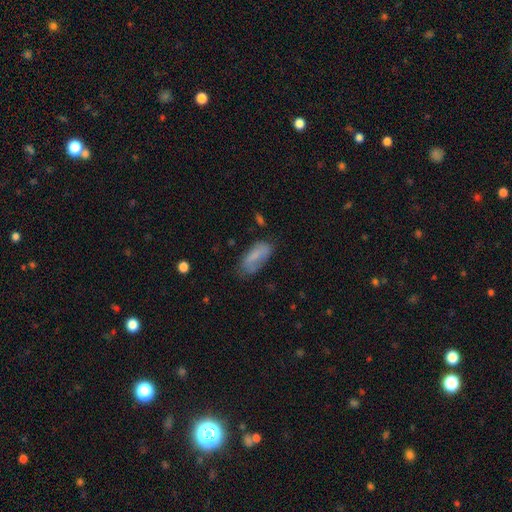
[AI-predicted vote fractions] smooth-or-featured: smooth: 70% | featured or disk: 22% | star or artifact: 8%
  how-rounded: in between: 84% | cigar-shaped: 13% | round: 3%
  merging: none: 57% | minor disturbance: 28% | major disturbance: 11% | merger: 3%